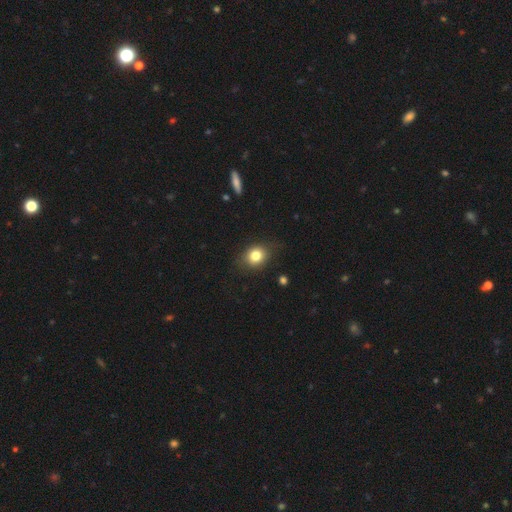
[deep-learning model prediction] smooth-or-featured: smooth: 80% | star or artifact: 11% | featured or disk: 9%
  how-rounded: round: 60% | in between: 39% | cigar-shaped: 1%
  merging: none: 81% | minor disturbance: 14% | major disturbance: 3% | merger: 1%